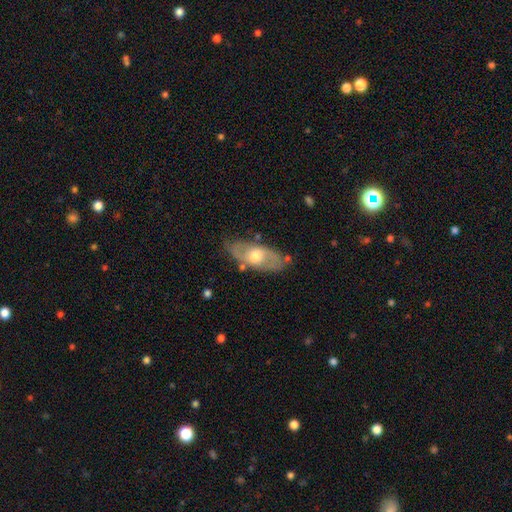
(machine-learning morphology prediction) Smooth or featured: featured or disk — 56% (smooth — 39%)
Edge-on disk: no — 82% (yes — 18%)
Merging: none — 74% (minor disturbance — 18%)